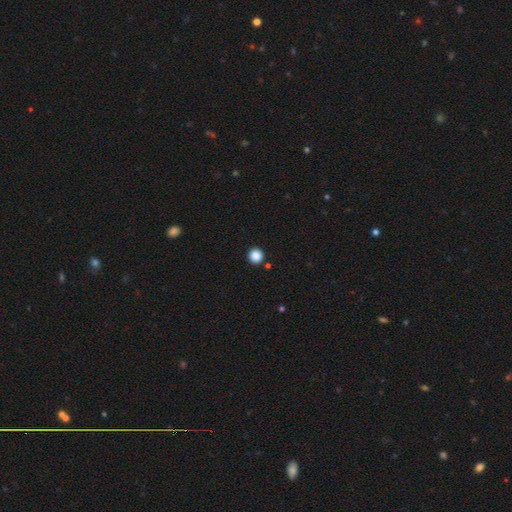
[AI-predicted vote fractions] Smooth or featured?
  - smooth: 87% *
  - star or artifact: 11%
  - featured or disk: 3%
How rounded?
  - round: 95% *
  - in between: 4%
  - cigar-shaped: 1%
Merging?
  - none: 92% *
  - minor disturbance: 4%
  - merger: 2%
  - major disturbance: 2%